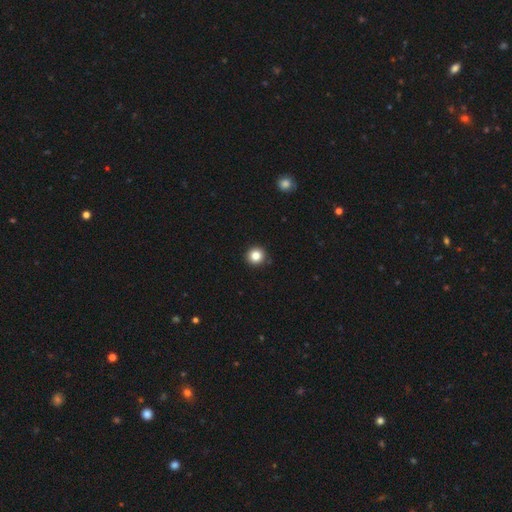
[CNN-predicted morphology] Smooth or featured?
  - smooth: 83% *
  - star or artifact: 11%
  - featured or disk: 5%
How rounded?
  - round: 95% *
  - in between: 4%
  - cigar-shaped: 1%
Merging?
  - none: 92% *
  - minor disturbance: 5%
  - major disturbance: 1%
  - merger: 1%